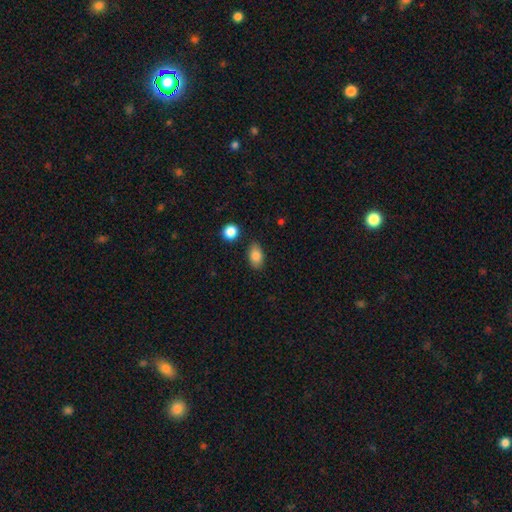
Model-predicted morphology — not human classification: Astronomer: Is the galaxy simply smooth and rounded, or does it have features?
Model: smooth — 84%.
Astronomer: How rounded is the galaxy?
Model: in between — 88%.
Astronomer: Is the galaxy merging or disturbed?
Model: none — 83%.